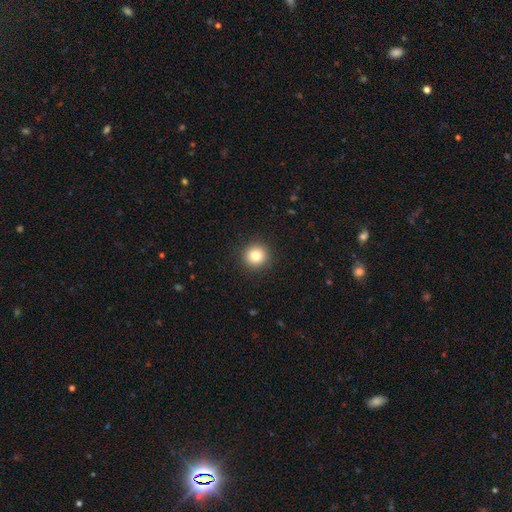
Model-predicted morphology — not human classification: Smooth or featured?
  - smooth: 82% *
  - star or artifact: 11%
  - featured or disk: 8%
How rounded?
  - round: 94% *
  - in between: 5%
  - cigar-shaped: 1%
Merging?
  - none: 92% *
  - minor disturbance: 5%
  - major disturbance: 2%
  - merger: 1%